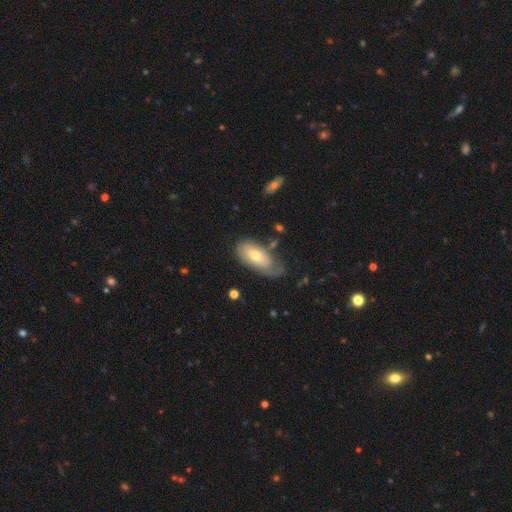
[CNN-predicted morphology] Smooth or featured? Predicted: smooth (p=0.61). How rounded? Predicted: in between (p=0.88). Merging? Predicted: none (p=0.45).